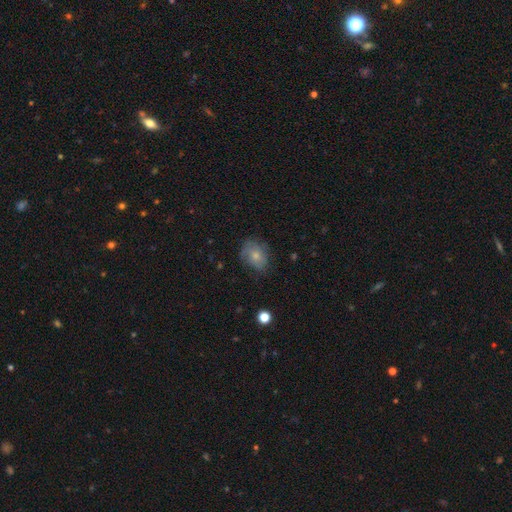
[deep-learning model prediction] smooth_or_featured: smooth (p=0.56) [alt: featured or disk p=0.35]
how_rounded: in between (p=0.57) [alt: round p=0.42]
merging: none (p=0.65) [alt: minor disturbance p=0.25]